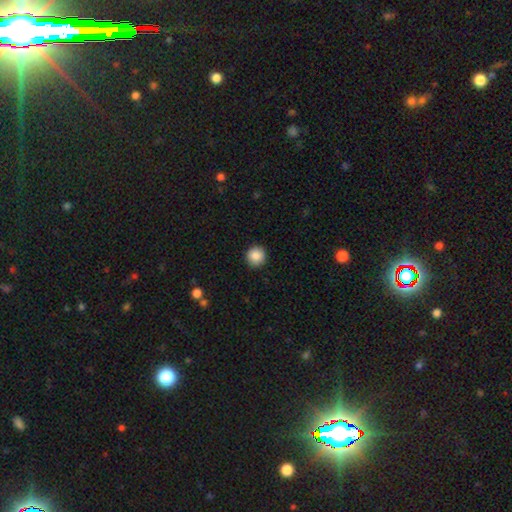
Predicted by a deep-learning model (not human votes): smooth-or-featured: smooth: 88% | star or artifact: 8% | featured or disk: 4%
  how-rounded: round: 94% | in between: 6% | cigar-shaped: 1%
  merging: none: 91% | minor disturbance: 6% | major disturbance: 2% | merger: 1%